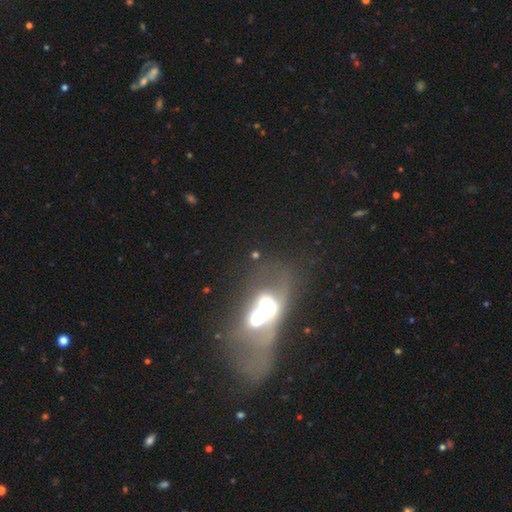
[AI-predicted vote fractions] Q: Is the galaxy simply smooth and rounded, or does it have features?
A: featured or disk — 40%.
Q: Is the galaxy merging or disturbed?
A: merger — 61%.